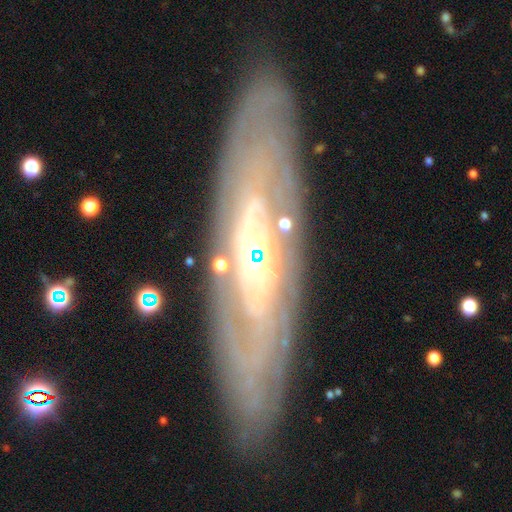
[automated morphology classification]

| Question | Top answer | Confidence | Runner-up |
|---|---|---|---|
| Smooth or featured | featured or disk | 77% | smooth (16%) |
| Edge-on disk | no | 67% | yes (33%) |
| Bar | no | 53% | weak (33%) |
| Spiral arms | yes | 80% | no (20%) |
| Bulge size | small | 52% | moderate (35%) |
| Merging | none | 84% | minor disturbance (11%) |